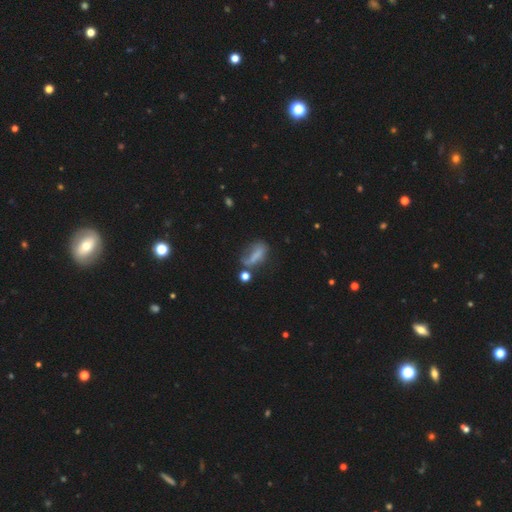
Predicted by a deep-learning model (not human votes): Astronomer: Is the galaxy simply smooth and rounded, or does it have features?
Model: smooth — 57%.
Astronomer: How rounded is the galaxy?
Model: in between — 62%.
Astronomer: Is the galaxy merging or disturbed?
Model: none — 35% (runner-up: minor disturbance, 26%).